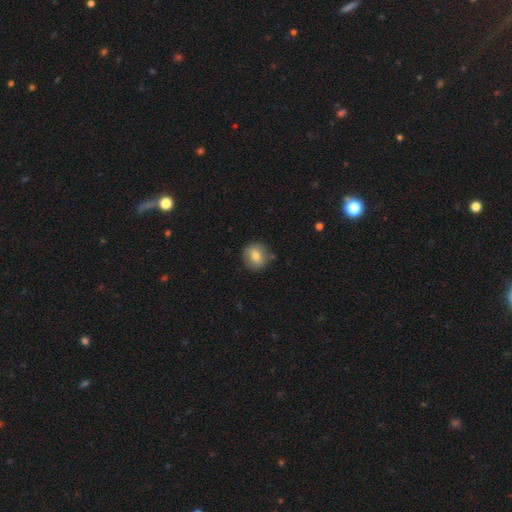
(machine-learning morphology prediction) smooth 77%, featured or disk 15%, star or artifact 9%. Down the decision tree: how rounded — round (85%); merging — none (81%).